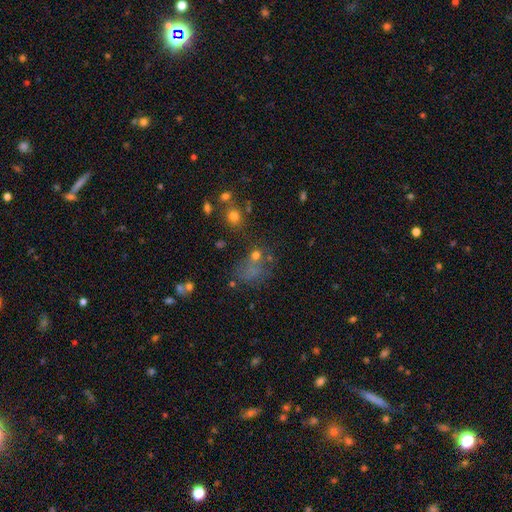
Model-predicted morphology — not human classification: Smooth or featured: smooth — 60% (star or artifact — 24%)
How rounded: round — 54% (in between — 44%)
Merging: none — 40% (major disturbance — 22%)